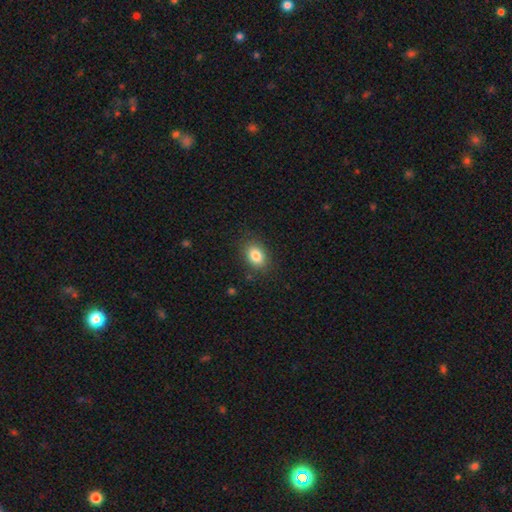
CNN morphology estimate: type=smooth (84%); roundness=in between (76%); merging=none (85%).